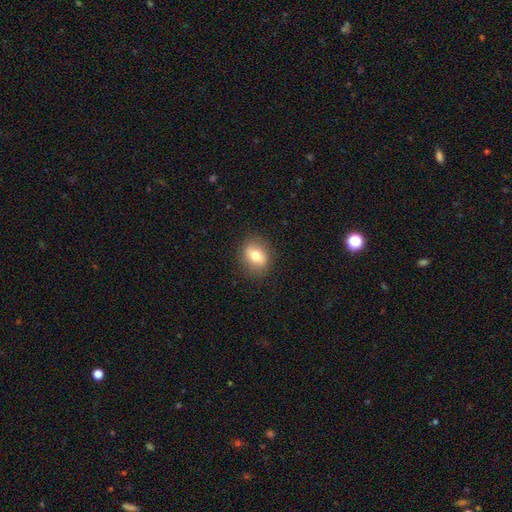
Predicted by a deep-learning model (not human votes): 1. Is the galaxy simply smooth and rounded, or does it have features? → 72% smooth, 19% featured or disk, 9% star or artifact.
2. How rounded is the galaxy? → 52% in between, 47% round, 2% cigar-shaped.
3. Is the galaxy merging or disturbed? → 87% none, 10% minor disturbance, 3% major disturbance, 1% merger.